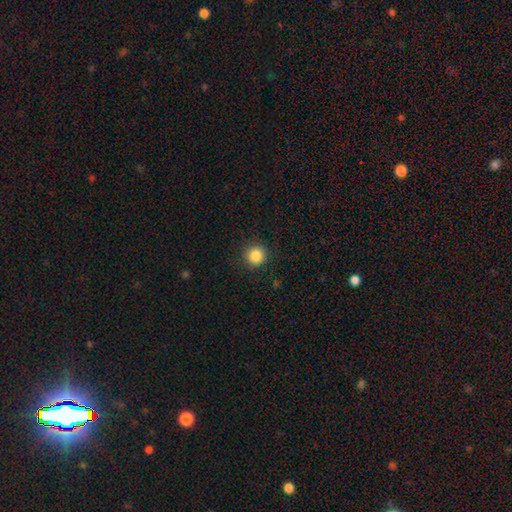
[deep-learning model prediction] Smooth or featured?
  - smooth: 86% *
  - star or artifact: 10%
  - featured or disk: 4%
How rounded?
  - round: 94% *
  - in between: 5%
  - cigar-shaped: 1%
Merging?
  - none: 91% *
  - minor disturbance: 6%
  - major disturbance: 2%
  - merger: 1%